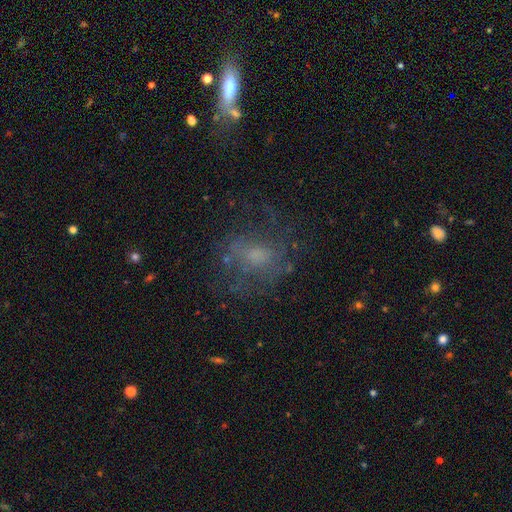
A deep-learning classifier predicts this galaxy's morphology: Smooth or featured?
  - featured or disk: 44% *
  - smooth: 37%
  - star or artifact: 19%
Merging?
  - none: 56% *
  - major disturbance: 23%
  - minor disturbance: 18%
  - merger: 3%